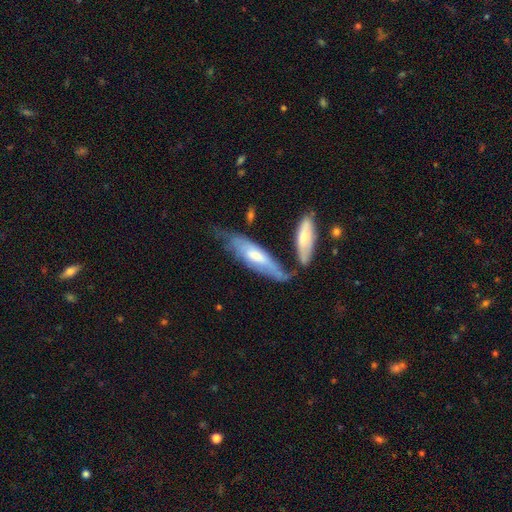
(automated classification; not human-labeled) Smooth or featured: featured or disk — 51% (smooth — 43%)
Edge-on disk: no — 54% (yes — 46%)
Merging: none — 42% (minor disturbance — 26%)